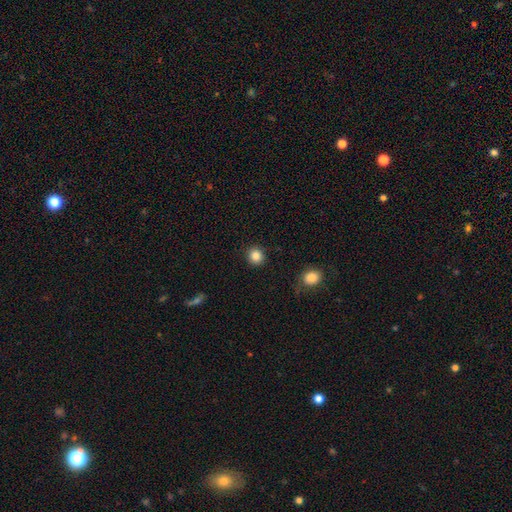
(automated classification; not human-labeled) A smooth galaxy with no disk features (85%) that is round (89%).

Vote fractions:
- Smooth or featured? smooth: 85% / star or artifact: 10% / featured or disk: 4%
- How rounded? round: 89% / in between: 10% / cigar-shaped: 1%
- Merging? none: 91% / minor disturbance: 6% / major disturbance: 2% / merger: 1%